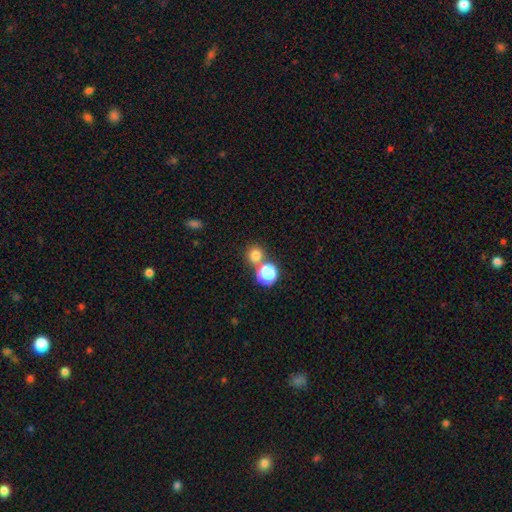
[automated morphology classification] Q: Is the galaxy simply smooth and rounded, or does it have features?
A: smooth — 77%.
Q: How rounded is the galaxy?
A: round — 89%.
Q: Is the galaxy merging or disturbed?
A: none — 63%.